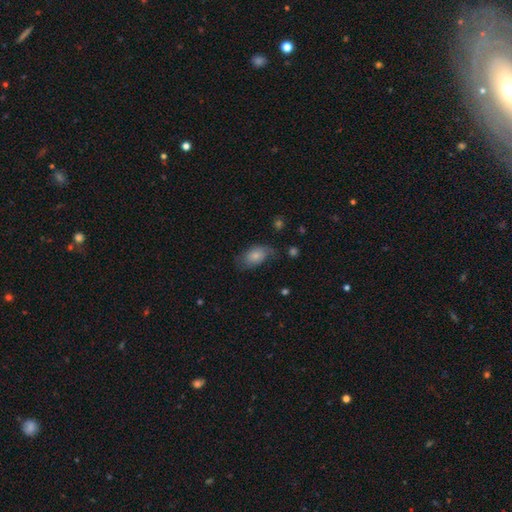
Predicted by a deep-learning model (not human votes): A smooth galaxy with no disk features (76%) that is in between round and cigar-shaped (90%). Merging: none (57%).